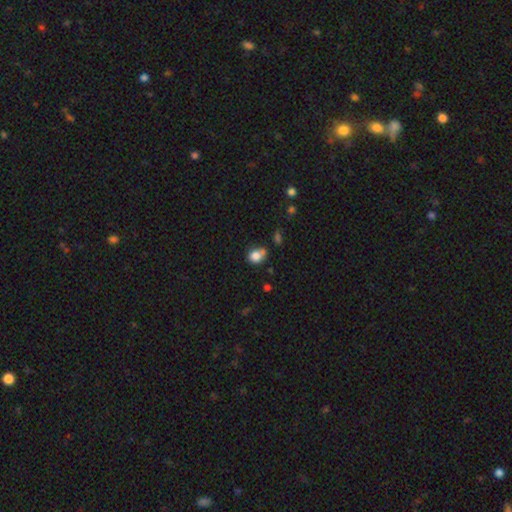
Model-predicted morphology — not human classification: A smooth galaxy with no disk features (80%) that is round (59%). Merging: none (48%).